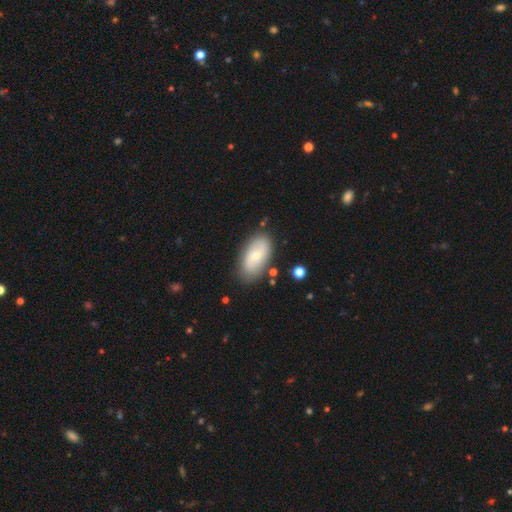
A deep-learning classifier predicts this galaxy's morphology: Smooth or featured? Predicted: smooth (p=0.52). How rounded? Predicted: in between (p=0.93). Merging? Predicted: none (p=0.81).